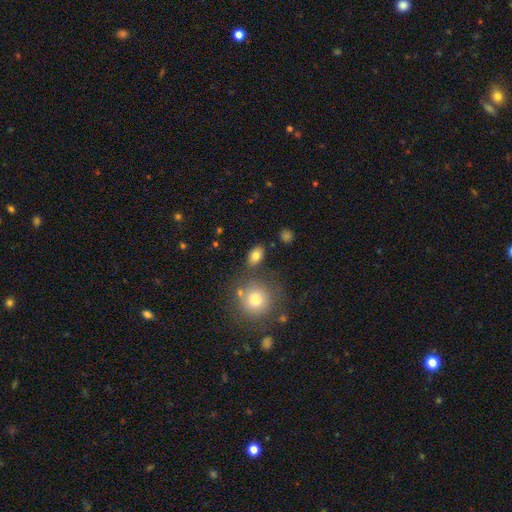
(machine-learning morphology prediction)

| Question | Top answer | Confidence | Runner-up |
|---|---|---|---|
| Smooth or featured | smooth | 82% | star or artifact (10%) |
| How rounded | in between | 83% | round (15%) |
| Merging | none | 79% | minor disturbance (11%) |